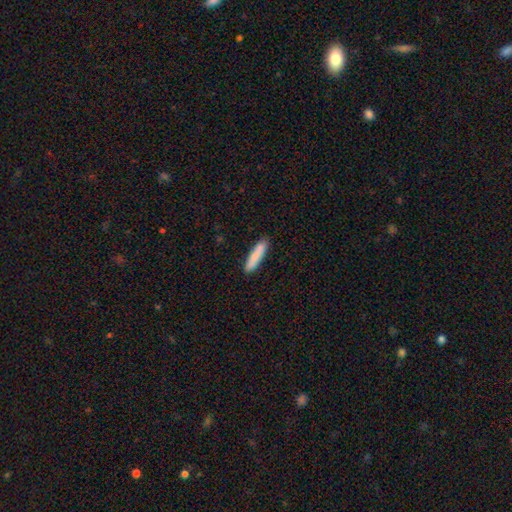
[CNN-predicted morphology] This is clearly a smooth galaxy (83%). How rounded: clearly cigar-shaped (84%). Merging: clearly none (87%).